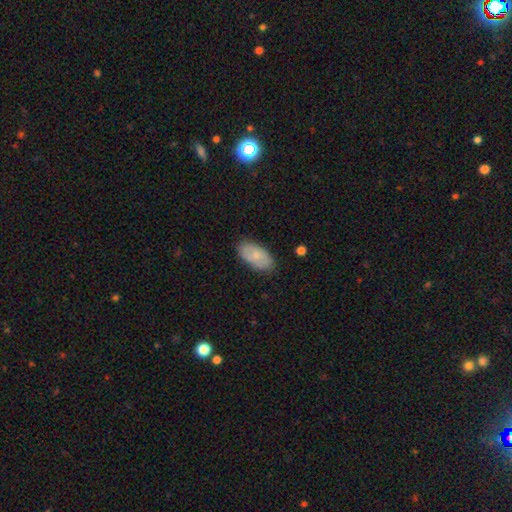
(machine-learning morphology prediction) This is likely a smooth galaxy (70%). How rounded: clearly in between (93%). Merging: clearly none (80%).